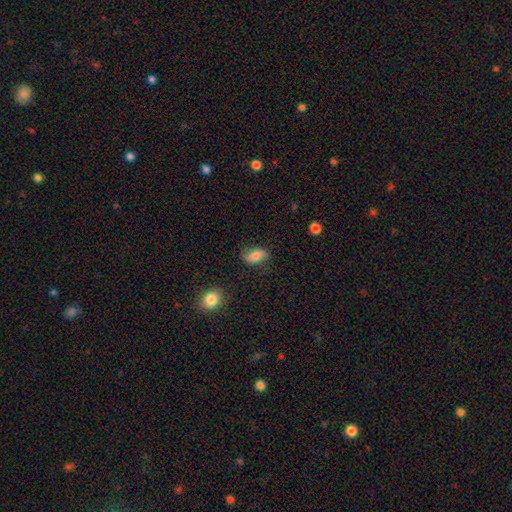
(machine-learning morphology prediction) Smooth or featured?
  - smooth: 76% *
  - featured or disk: 16%
  - star or artifact: 8%
How rounded?
  - in between: 89% *
  - round: 8%
  - cigar-shaped: 3%
Merging?
  - none: 73% *
  - minor disturbance: 20%
  - major disturbance: 6%
  - merger: 2%